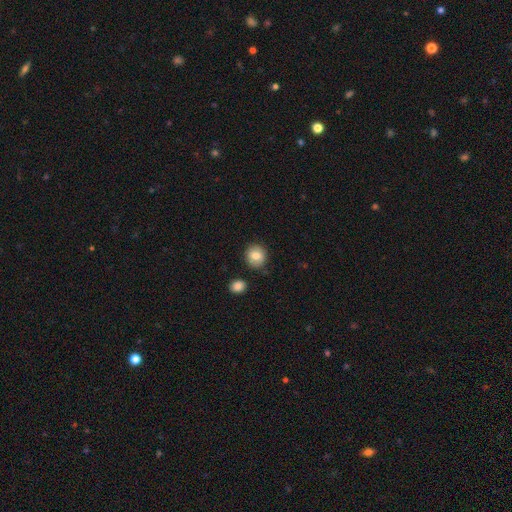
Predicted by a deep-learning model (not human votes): A smooth galaxy with no disk features (83%) that is round (88%). Merging: none (86%).